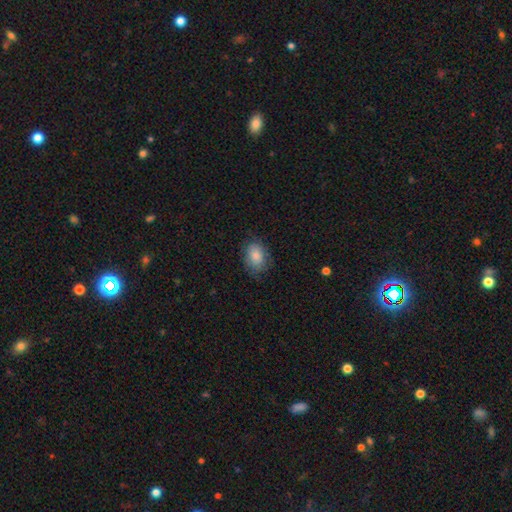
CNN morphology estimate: Smooth or featured? Predicted: smooth (p=0.83). How rounded? Predicted: in between (p=0.73). Merging? Predicted: none (p=0.74).